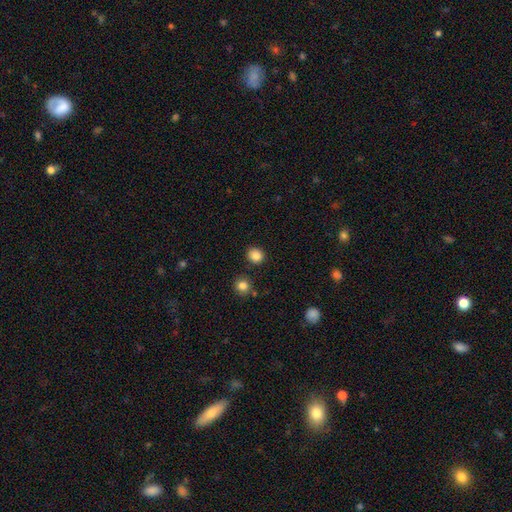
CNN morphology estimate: This appears to be a smooth galaxy with no disk features (85%) that is round (82%). Merging: none (88%).